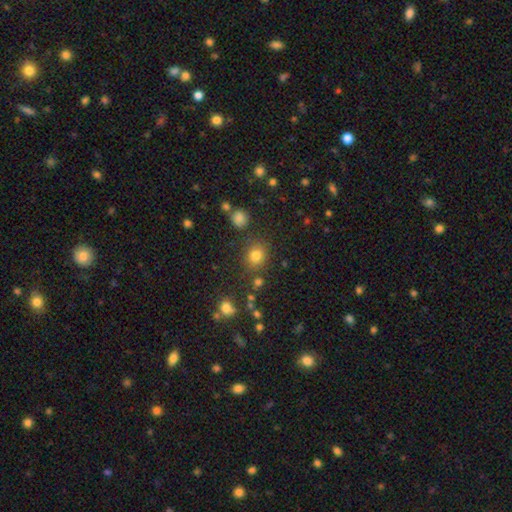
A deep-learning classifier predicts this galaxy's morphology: This is likely a smooth galaxy (79%). How rounded: likely round (73%). Merging: likely none (80%).